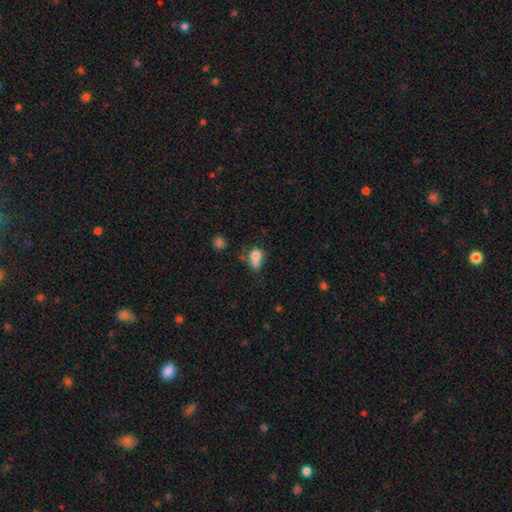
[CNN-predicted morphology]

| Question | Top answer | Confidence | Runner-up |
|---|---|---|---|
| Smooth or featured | smooth | 74% | featured or disk (15%) |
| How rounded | round | 65% | in between (34%) |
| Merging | merger | 48% | none (30%) |